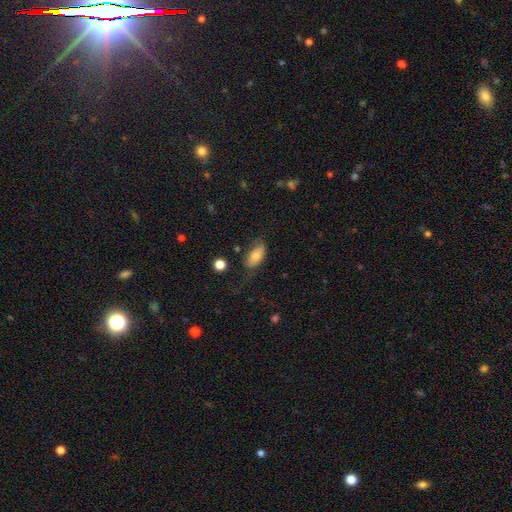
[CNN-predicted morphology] This is likely a smooth galaxy (73%). How rounded: clearly in between (89%). Merging: likely none (62%).